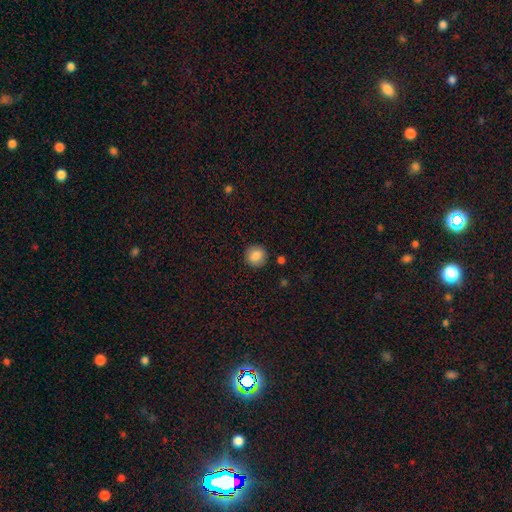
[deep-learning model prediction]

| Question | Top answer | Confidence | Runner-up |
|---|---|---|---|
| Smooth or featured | smooth | 85% | star or artifact (9%) |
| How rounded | round | 90% | in between (9%) |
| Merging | none | 90% | minor disturbance (7%) |